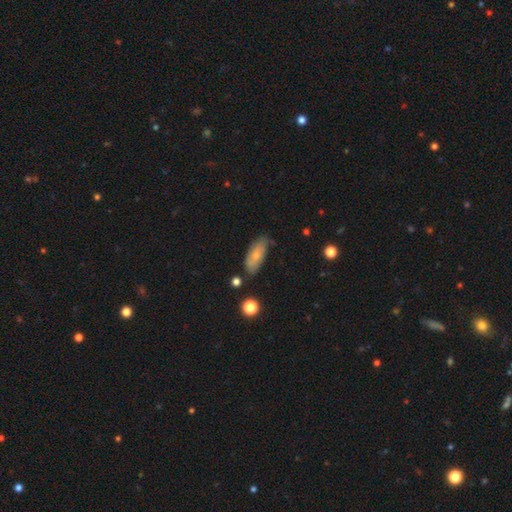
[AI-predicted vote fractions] smooth-or-featured: smooth: 70% | featured or disk: 23% | star or artifact: 7%
  how-rounded: in between: 81% | cigar-shaped: 17% | round: 3%
  merging: none: 63% | minor disturbance: 28% | major disturbance: 6% | merger: 3%